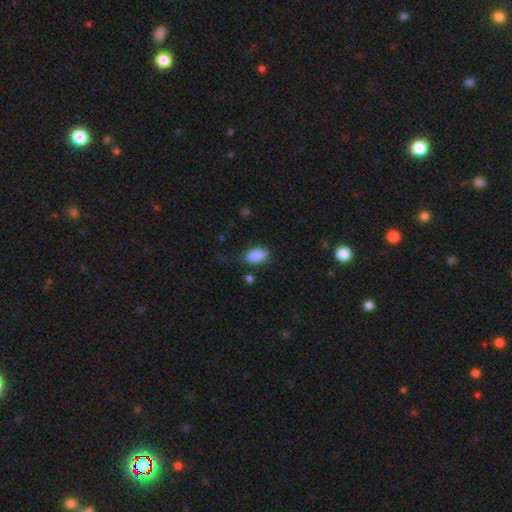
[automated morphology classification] smooth 88%, star or artifact 8%, featured or disk 5%. Down the decision tree: how rounded — in between (91%); merging — none (60%).